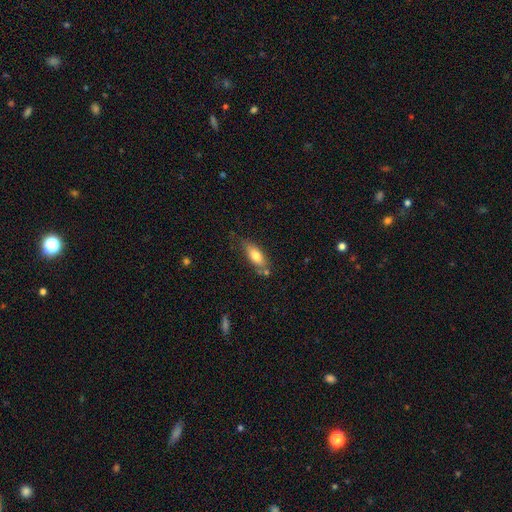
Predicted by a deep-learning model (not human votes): smooth_or_featured: smooth (p=0.73) [alt: featured or disk p=0.20]
how_rounded: in between (p=0.74) [alt: cigar-shaped p=0.23]
merging: none (p=0.66) [alt: minor disturbance p=0.21]